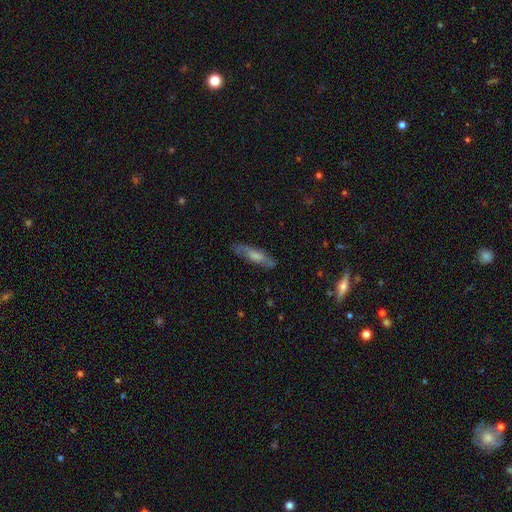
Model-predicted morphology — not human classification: Smooth or featured? smooth (51%)
How rounded? cigar-shaped (67%)
Merging? none (77%)